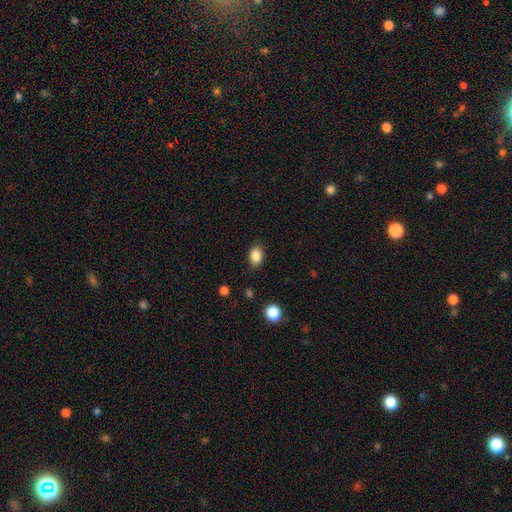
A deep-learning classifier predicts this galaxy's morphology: Smooth or featured? Predicted: smooth (p=0.87). How rounded? Predicted: in between (p=0.78). Merging? Predicted: none (p=0.84).